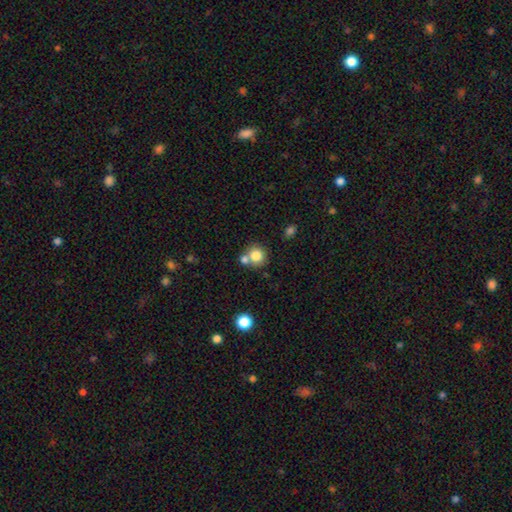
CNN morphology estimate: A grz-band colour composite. It shows a smooth galaxy with no disk features (80%) that is round (88%). Merging: none (53%).